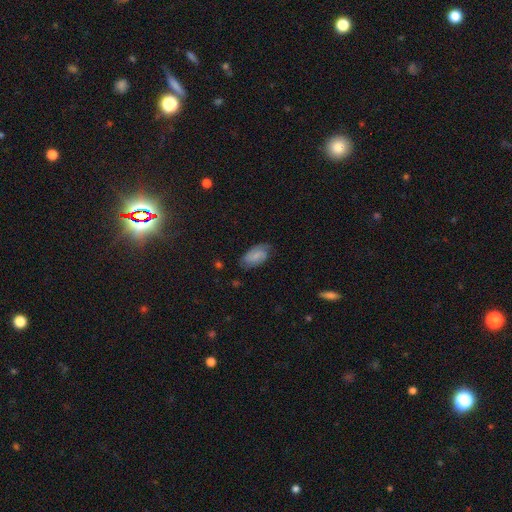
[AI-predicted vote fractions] Smooth or featured?
  - smooth: 53% *
  - featured or disk: 39%
  - star or artifact: 8%
How rounded?
  - in between: 93% *
  - round: 4%
  - cigar-shaped: 3%
Merging?
  - none: 69% *
  - minor disturbance: 24%
  - major disturbance: 6%
  - merger: 1%